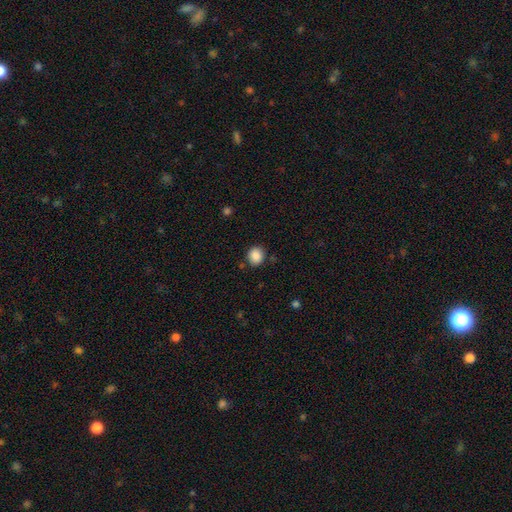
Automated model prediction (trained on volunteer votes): This appears to be a smooth galaxy with no disk features (88%) that is round (79%). Merging: none (84%).